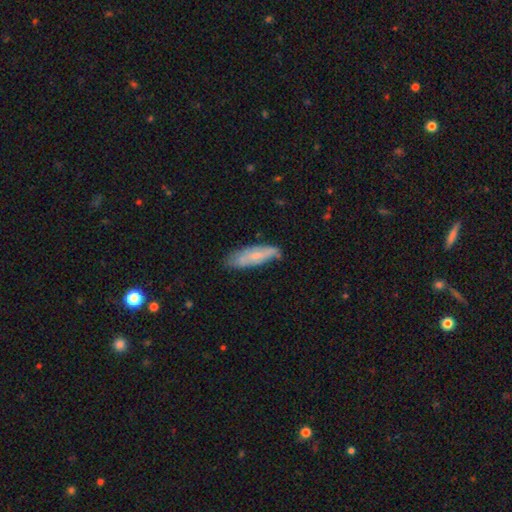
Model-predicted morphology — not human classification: The model was most divided on "how rounded": cigar-shaped: 50%, in between: 48%, round: 2%. More confident: merging — none (64%); smooth or featured — smooth (54%).